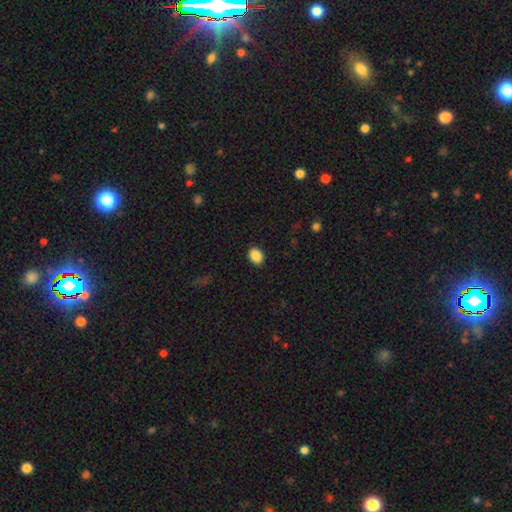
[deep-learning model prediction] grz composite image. It shows a smooth galaxy with no disk features (89%) that is in between round and cigar-shaped (60%). Merging: none (90%).